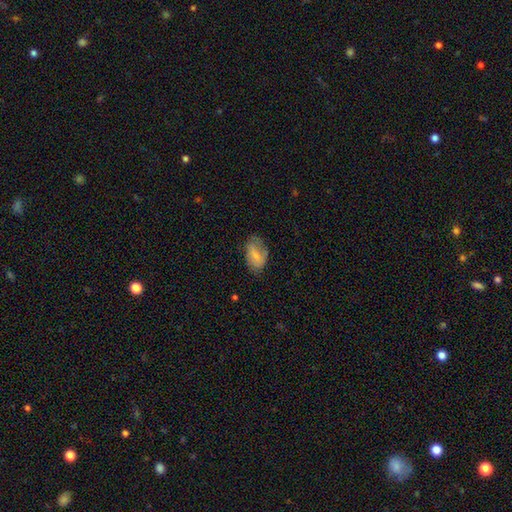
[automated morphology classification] Smooth or featured?
  - smooth: 65% *
  - featured or disk: 28%
  - star or artifact: 7%
How rounded?
  - in between: 89% *
  - round: 9%
  - cigar-shaped: 2%
Merging?
  - none: 58% *
  - minor disturbance: 29%
  - major disturbance: 11%
  - merger: 1%